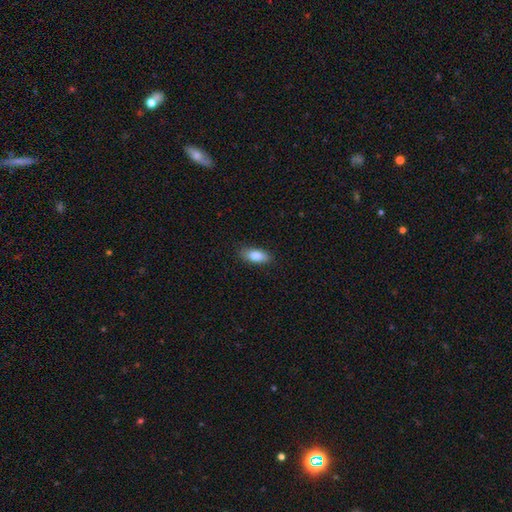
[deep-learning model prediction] The model was most divided on "merging": none: 85%, minor disturbance: 12%, major disturbance: 3%, merger: 1%. More confident: how rounded — in between (85%); smooth or featured — smooth (85%).